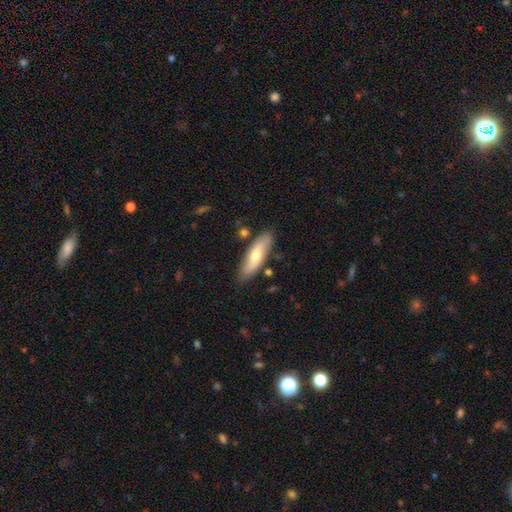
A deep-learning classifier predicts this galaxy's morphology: type=smooth (58%); roundness=cigar-shaped (53%); merging=none (82%).